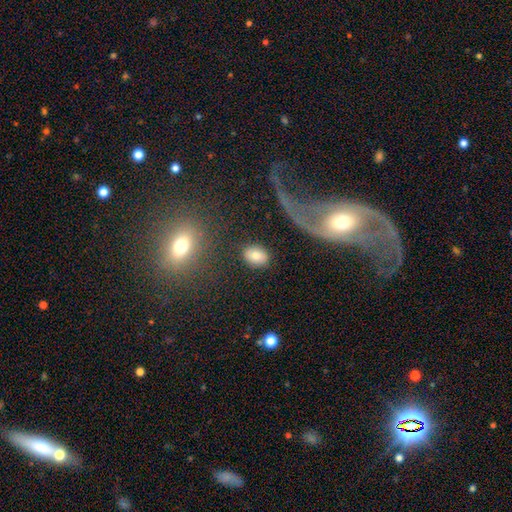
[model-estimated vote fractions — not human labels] smooth-or-featured: smooth: 80% | featured or disk: 11% | star or artifact: 9%
  how-rounded: in between: 72% | round: 26% | cigar-shaped: 2%
  merging: none: 83% | minor disturbance: 10% | major disturbance: 4% | merger: 3%